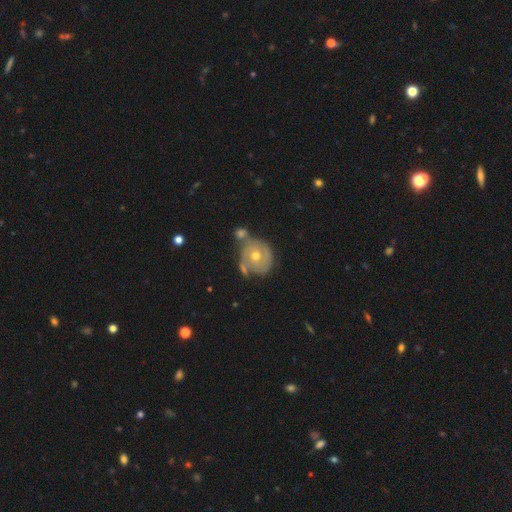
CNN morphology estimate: This is likely a featured or disk galaxy (70%). It is clearly not viewed edge-on (97%). Bar: likely no (80%). Spiral arm pattern: likely yes (74%). Central bulge: likely moderate (67%). Merging: possibly none (51%).